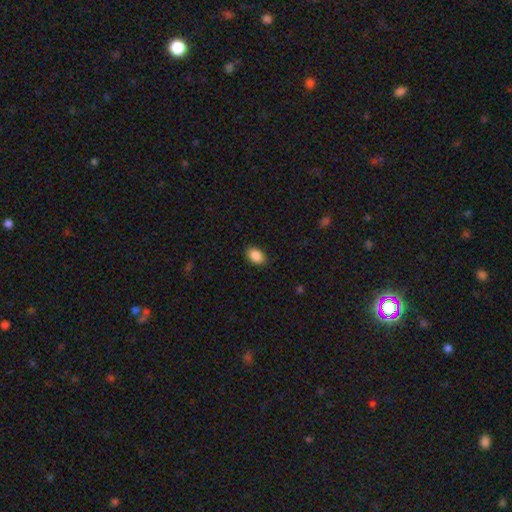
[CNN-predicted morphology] smooth-or-featured: smooth: 89% | star or artifact: 8% | featured or disk: 3%
  how-rounded: in between: 84% | round: 15% | cigar-shaped: 1%
  merging: none: 87% | minor disturbance: 10% | major disturbance: 2% | merger: 1%